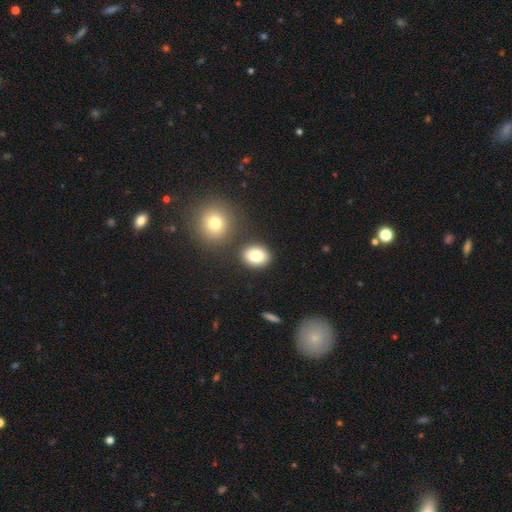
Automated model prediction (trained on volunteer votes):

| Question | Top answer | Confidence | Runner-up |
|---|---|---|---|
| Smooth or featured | smooth | 81% | star or artifact (10%) |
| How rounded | in between | 50% | round (49%) |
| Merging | none | 81% | minor disturbance (8%) |